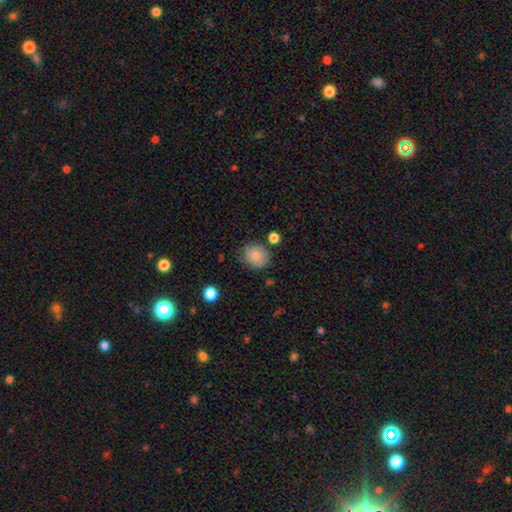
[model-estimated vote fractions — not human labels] Overall: smooth (82%). How rounded: round (66%; in between 33%). Merging: none (74%).